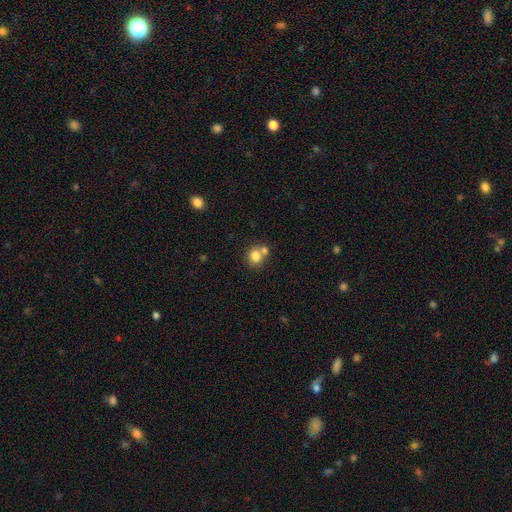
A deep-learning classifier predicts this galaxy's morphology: smooth_or_featured: smooth (p=0.80) [alt: star or artifact p=0.11]
how_rounded: round (p=0.79) [alt: in between p=0.20]
merging: none (p=0.52) [alt: merger p=0.36]